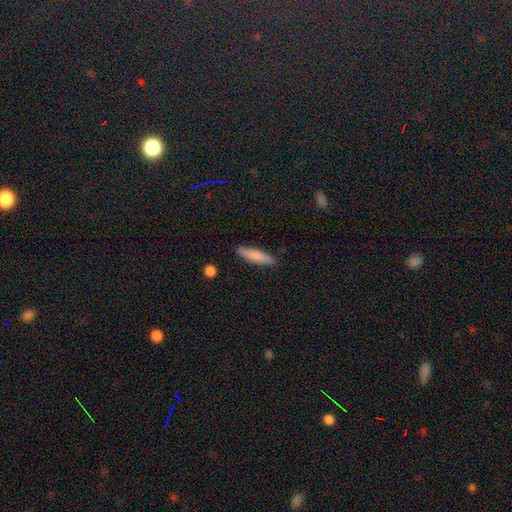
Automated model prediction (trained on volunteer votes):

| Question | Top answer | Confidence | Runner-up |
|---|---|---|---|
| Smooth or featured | smooth | 81% | featured or disk (13%) |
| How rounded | cigar-shaped | 77% | in between (21%) |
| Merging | none | 88% | minor disturbance (9%) |